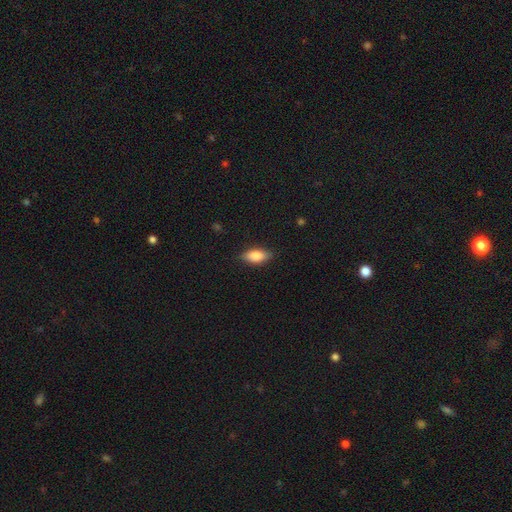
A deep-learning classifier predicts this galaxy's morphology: Smooth or featured?
  - smooth: 79% *
  - featured or disk: 14%
  - star or artifact: 7%
How rounded?
  - in between: 82% *
  - cigar-shaped: 15%
  - round: 3%
Merging?
  - none: 84% *
  - minor disturbance: 12%
  - major disturbance: 2%
  - merger: 1%